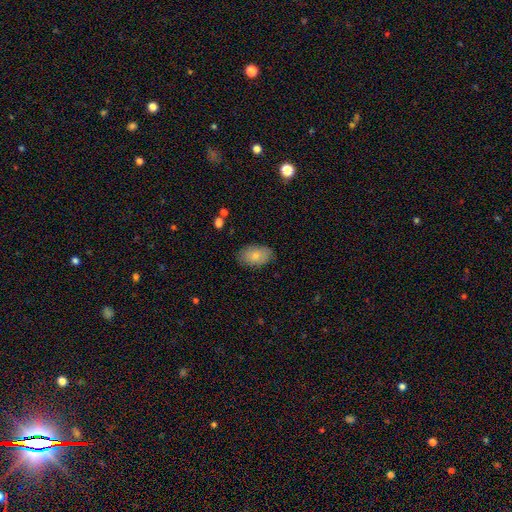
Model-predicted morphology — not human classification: This appears to be a smooth galaxy with no disk features (76%) that is in between round and cigar-shaped (91%). Merging: none (82%).